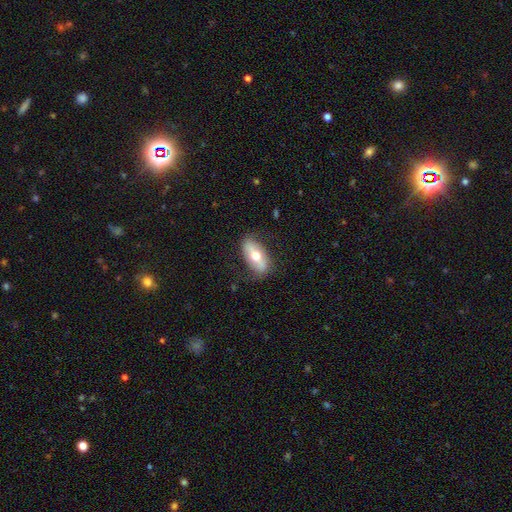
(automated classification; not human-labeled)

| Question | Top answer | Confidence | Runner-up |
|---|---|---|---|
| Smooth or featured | smooth | 52% | featured or disk (42%) |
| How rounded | in between | 87% | cigar-shaped (9%) |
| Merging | none | 76% | minor disturbance (17%) |